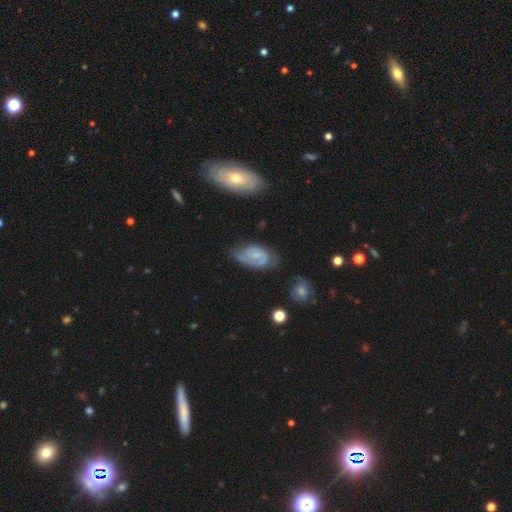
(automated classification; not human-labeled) featured or disk 69%, smooth 24%, star or artifact 7%. Down the decision tree: edge-on disk — no (96%); bar — no (55%); spiral arms — yes (88%); spiral arm count — 2 (62%); spiral winding — medium (42%); bulge size — small (58%); merging — none (54%).